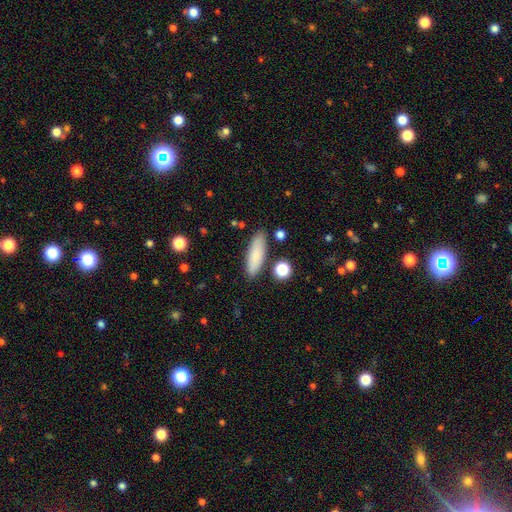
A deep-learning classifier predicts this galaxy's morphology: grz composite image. It shows a smooth galaxy with no disk features (83%) that is cigar-shaped (51%). Merging: none (84%).